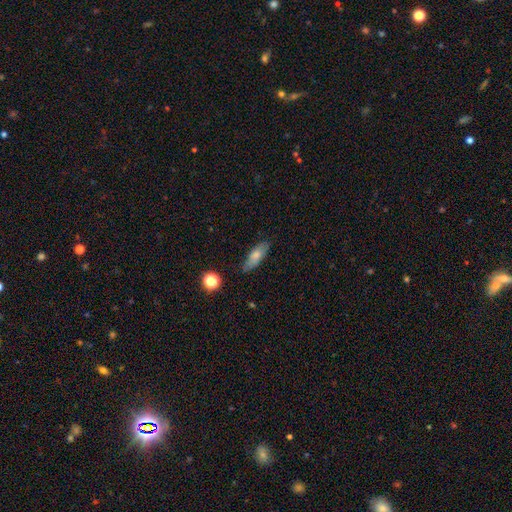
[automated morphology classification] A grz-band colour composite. It shows a smooth galaxy with no disk features (71%) that is in between round and cigar-shaped (62%). Merging: none (75%).